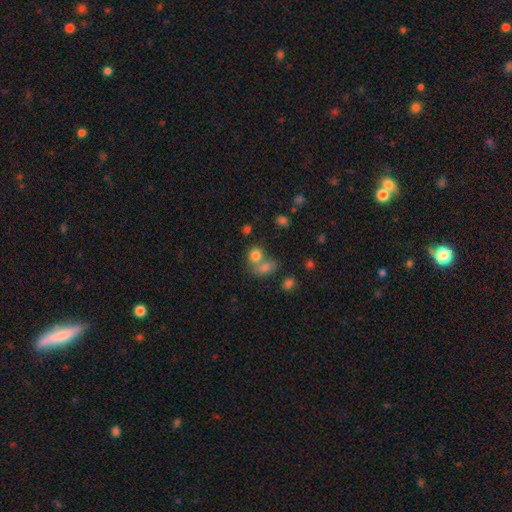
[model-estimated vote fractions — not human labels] smooth_or_featured: smooth (p=0.78) [alt: star or artifact p=0.12]
how_rounded: round (p=0.59) [alt: in between p=0.40]
merging: merger (p=0.51) [alt: none p=0.36]